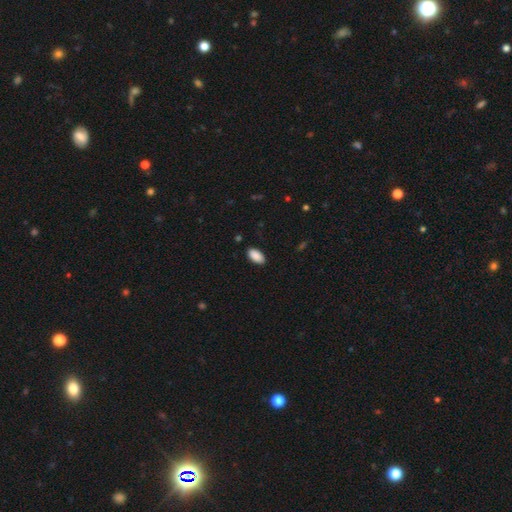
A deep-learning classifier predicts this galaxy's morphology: Smooth or featured?
  - smooth: 90% *
  - star or artifact: 7%
  - featured or disk: 3%
How rounded?
  - in between: 95% *
  - round: 3%
  - cigar-shaped: 2%
Merging?
  - none: 87% *
  - minor disturbance: 10%
  - major disturbance: 2%
  - merger: 1%